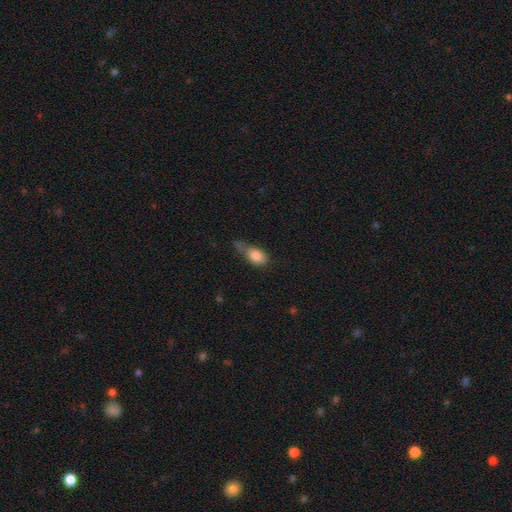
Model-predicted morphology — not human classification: smooth 81%, featured or disk 11%, star or artifact 8%. Down the decision tree: how rounded — in between (81%); merging — minor disturbance (35%).